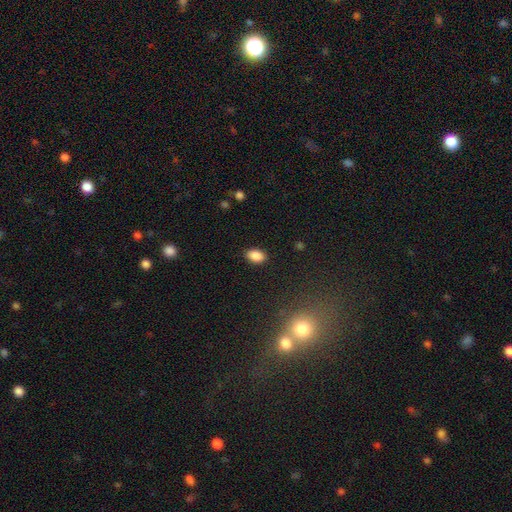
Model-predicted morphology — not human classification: The model was most divided on "merging": none: 87%, minor disturbance: 9%, major disturbance: 2%, merger: 1%. More confident: how rounded — in between (89%); smooth or featured — smooth (88%).